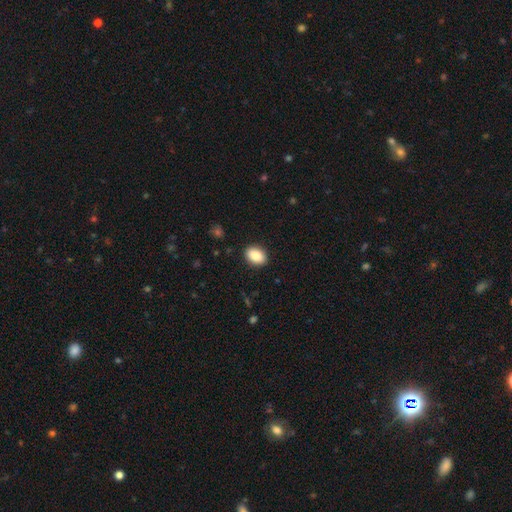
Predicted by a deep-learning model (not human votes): smooth 88%, star or artifact 7%, featured or disk 5%. Down the decision tree: how rounded — in between (82%); merging — none (90%).